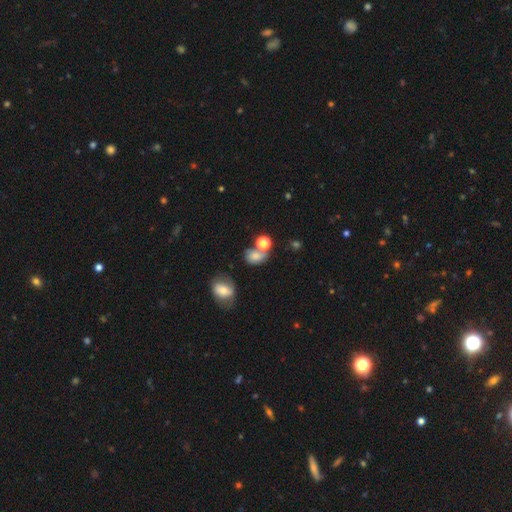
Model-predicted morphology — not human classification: This is likely a smooth galaxy (69%). How rounded: possibly in between (52%). Merging: marginally none (41%).